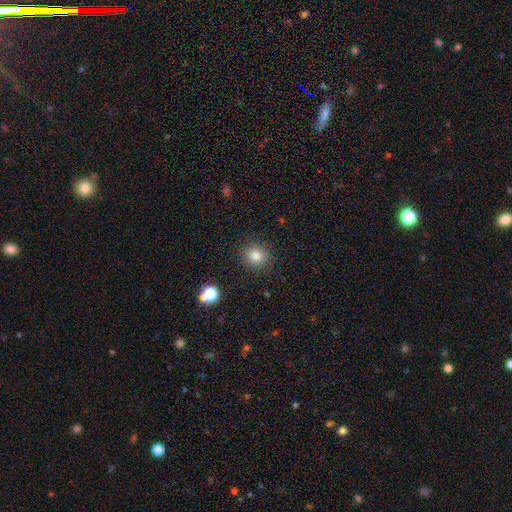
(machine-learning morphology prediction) type=smooth (83%); roundness=round (72%); merging=none (87%).